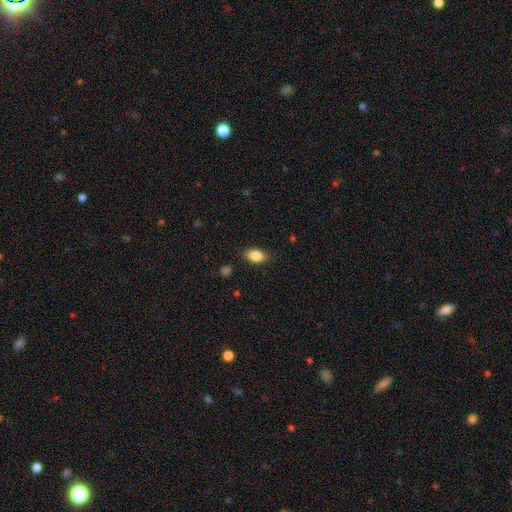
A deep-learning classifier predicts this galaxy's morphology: A smooth galaxy with no disk features (85%) that is in between round and cigar-shaped (87%).

Vote fractions:
- Smooth or featured? smooth: 85% / star or artifact: 8% / featured or disk: 7%
- How rounded? in between: 87% / round: 11% / cigar-shaped: 3%
- Merging? none: 83% / minor disturbance: 13% / major disturbance: 3% / merger: 1%